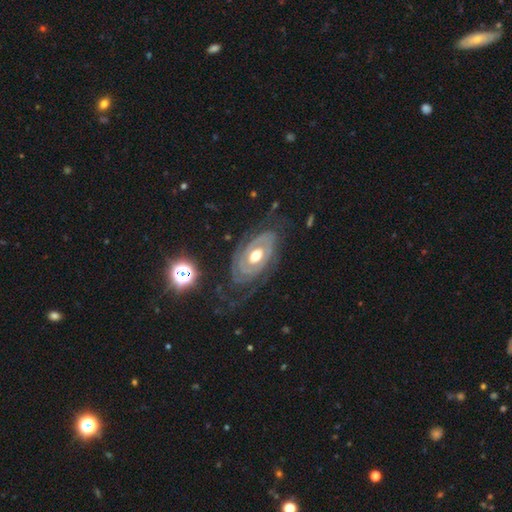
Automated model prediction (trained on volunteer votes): Smooth or featured?
  - featured or disk: 86% *
  - smooth: 9%
  - star or artifact: 5%
Edge-on disk?
  - no: 94% *
  - yes: 6%
Bar?
  - no: 69% *
  - weak: 22%
  - strong: 9%
Spiral arms?
  - yes: 87% *
  - no: 13%
Spiral winding?
  - tight: 70% *
  - medium: 21%
  - loose: 9%
Spiral arm count?
  - 2: 41% *
  - can't tell: 31%
  - 3: 11%
  - 1: 8%
  - 4: 5%
  - more than 4: 5%
Bulge size?
  - moderate: 76% *
  - large: 12%
  - small: 9%
  - dominant: 1%
  - none: 1%
Merging?
  - none: 67% *
  - minor disturbance: 18%
  - major disturbance: 13%
  - merger: 2%